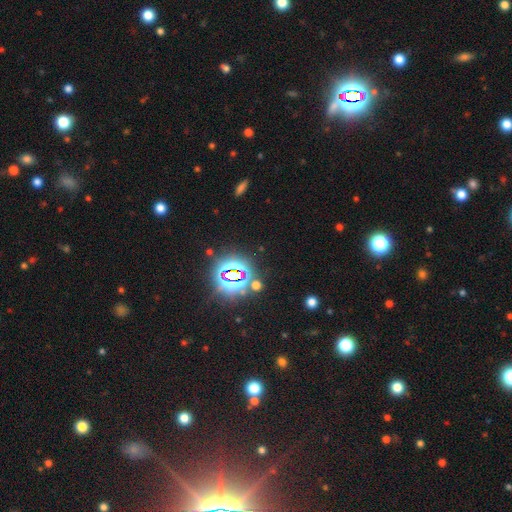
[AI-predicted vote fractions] The model was most divided on "smooth or featured": star or artifact: 80%, smooth: 13%, featured or disk: 7%.